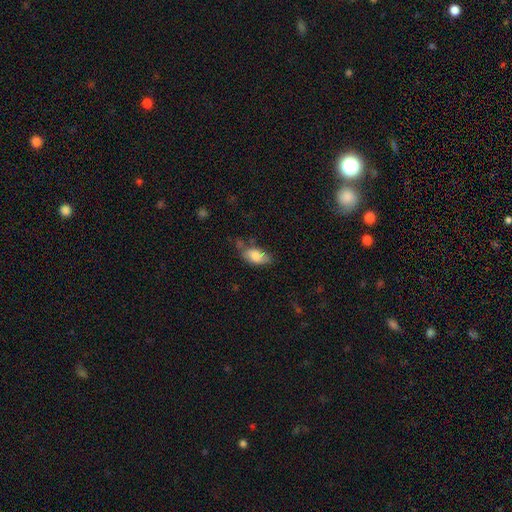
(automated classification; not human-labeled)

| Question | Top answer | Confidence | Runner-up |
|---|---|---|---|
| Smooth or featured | smooth | 81% | featured or disk (12%) |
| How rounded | in between | 90% | cigar-shaped (6%) |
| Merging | none | 54% | minor disturbance (29%) |